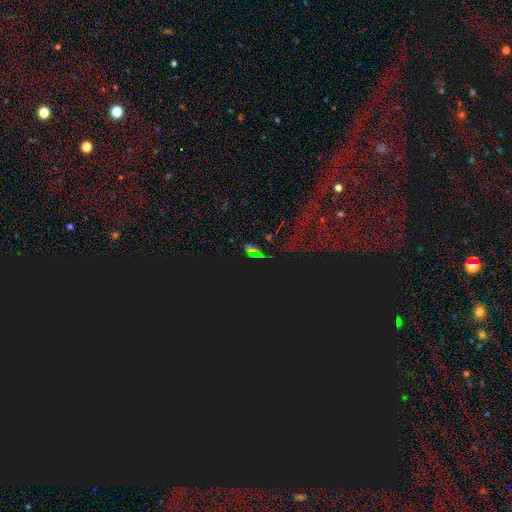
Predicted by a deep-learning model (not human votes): star or artifact 76%, smooth 14%, featured or disk 10%.